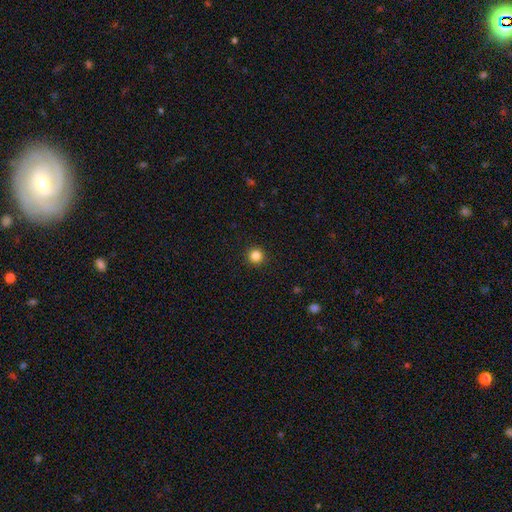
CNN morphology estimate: Smooth or featured: smooth — 85% (star or artifact — 12%)
How rounded: round — 96% (in between — 3%)
Merging: none — 93% (minor disturbance — 5%)